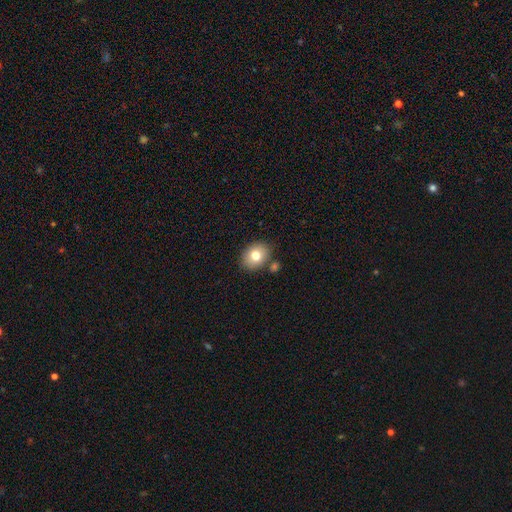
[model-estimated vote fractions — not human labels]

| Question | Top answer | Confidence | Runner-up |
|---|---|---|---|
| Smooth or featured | smooth | 77% | featured or disk (13%) |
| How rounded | in between | 54% | round (46%) |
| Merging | none | 76% | minor disturbance (12%) |